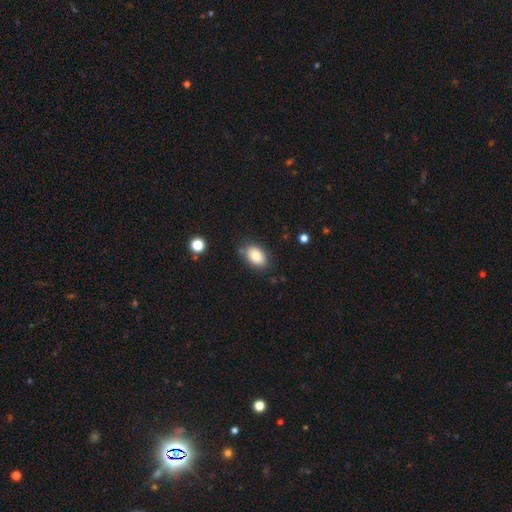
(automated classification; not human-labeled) Morphology: type=smooth (83%); roundness=in between (87%); merging=none (77%).